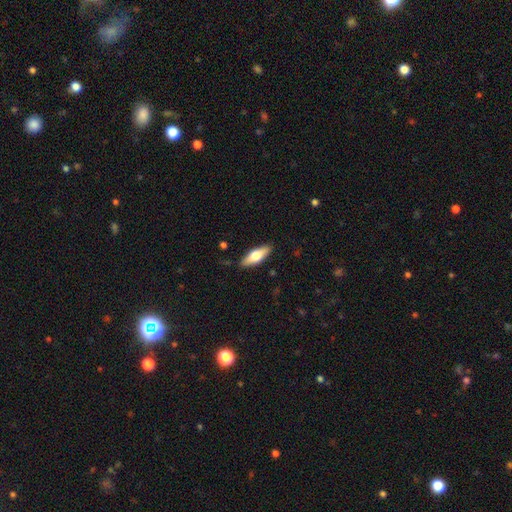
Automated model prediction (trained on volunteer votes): smooth-or-featured: smooth: 61% | featured or disk: 34% | star or artifact: 6%
  how-rounded: in between: 60% | cigar-shaped: 37% | round: 2%
  merging: none: 87% | minor disturbance: 9% | major disturbance: 2% | merger: 1%